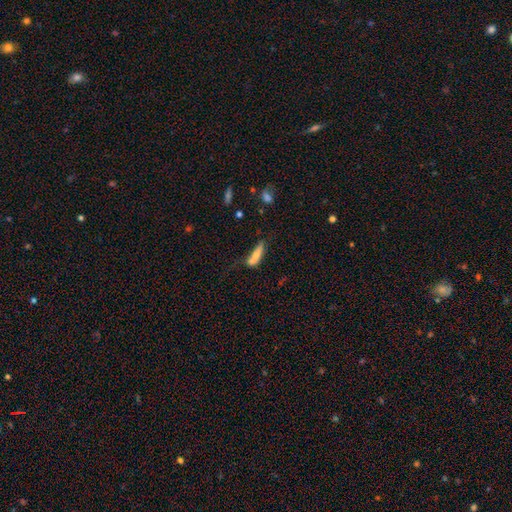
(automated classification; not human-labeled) smooth_or_featured: smooth (p=0.65) [alt: featured or disk p=0.26]
how_rounded: cigar-shaped (p=0.56) [alt: in between p=0.41]
merging: none (p=0.34) [alt: merger p=0.26]